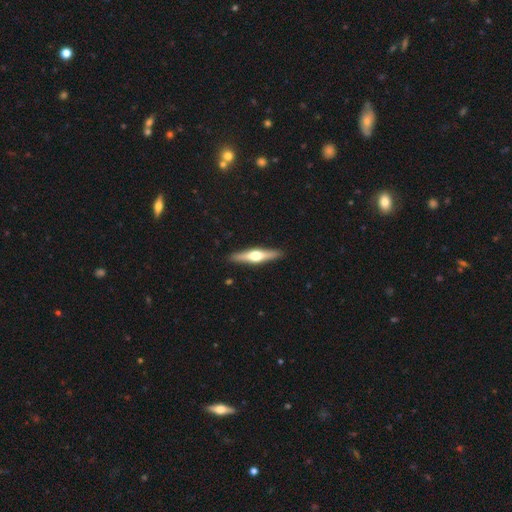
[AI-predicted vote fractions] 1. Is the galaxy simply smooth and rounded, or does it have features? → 67% featured or disk, 28% smooth, 5% star or artifact.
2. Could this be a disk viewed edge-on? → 97% yes, 3% no.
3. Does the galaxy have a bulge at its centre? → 95% rounded, 3% boxy, 2% none.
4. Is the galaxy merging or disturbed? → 91% none, 6% minor disturbance, 1% major disturbance, 1% merger.